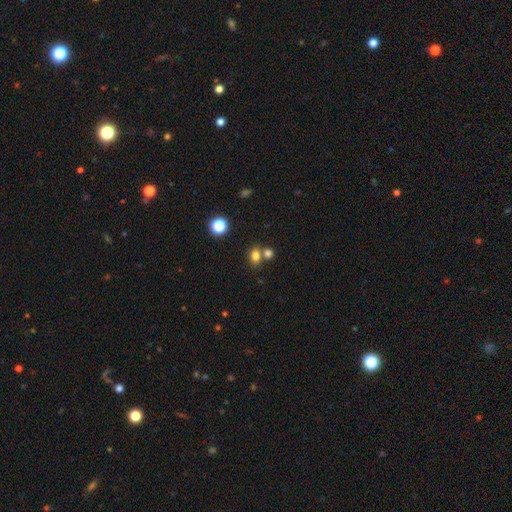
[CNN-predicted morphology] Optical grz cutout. It shows a smooth galaxy with no disk features (78%) that is in between round and cigar-shaped (58%). Merging: none (52%).